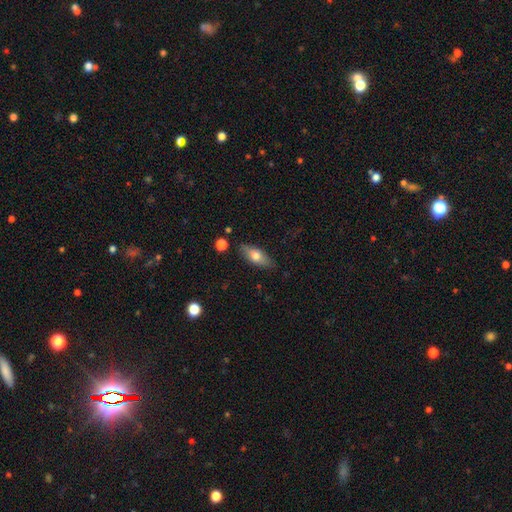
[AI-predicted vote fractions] Morphology: type=smooth (68%); roundness=in between (75%); merging=none (82%).